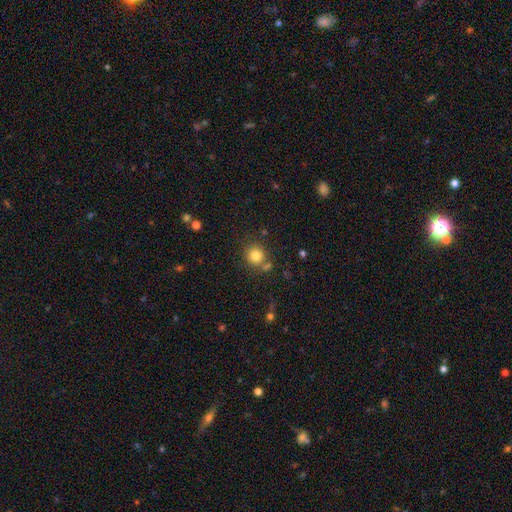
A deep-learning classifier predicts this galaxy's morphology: This appears to be a smooth galaxy with no disk features (80%) that is round (90%). Merging: none (75%).